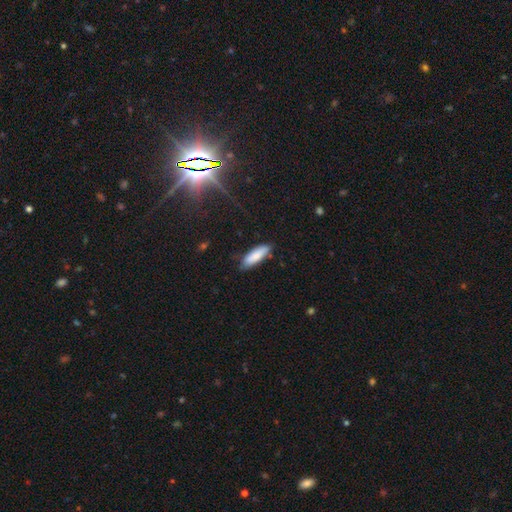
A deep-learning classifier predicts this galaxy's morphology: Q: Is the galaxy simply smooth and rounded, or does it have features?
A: smooth — 83%.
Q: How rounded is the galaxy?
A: in between — 51%.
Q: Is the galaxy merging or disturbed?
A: none — 79%.